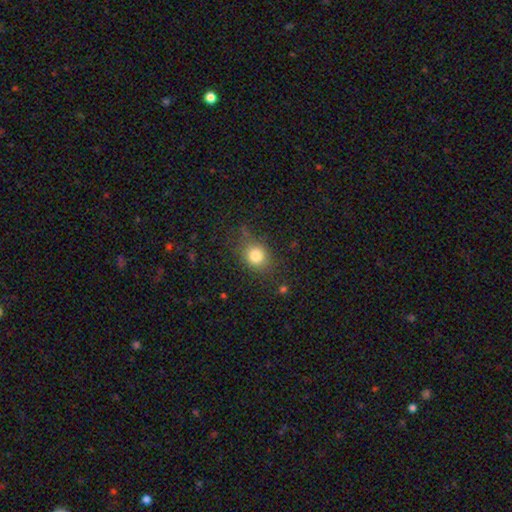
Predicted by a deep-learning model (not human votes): Overall: smooth (81%). How rounded: round (61%; in between 38%). Merging: none (73%).